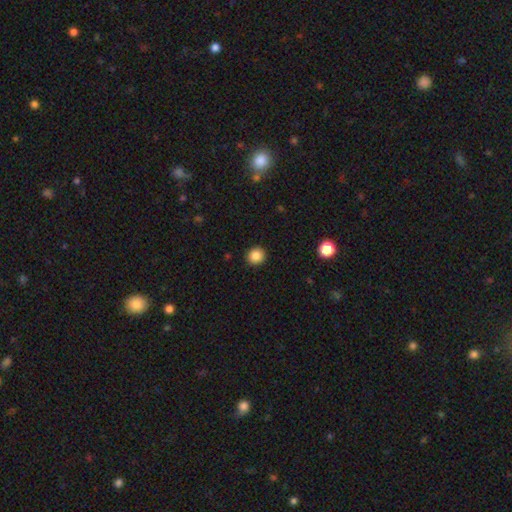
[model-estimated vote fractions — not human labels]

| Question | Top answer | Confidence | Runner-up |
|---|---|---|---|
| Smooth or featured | smooth | 86% | star or artifact (10%) |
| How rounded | round | 90% | in between (9%) |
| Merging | none | 92% | minor disturbance (5%) |